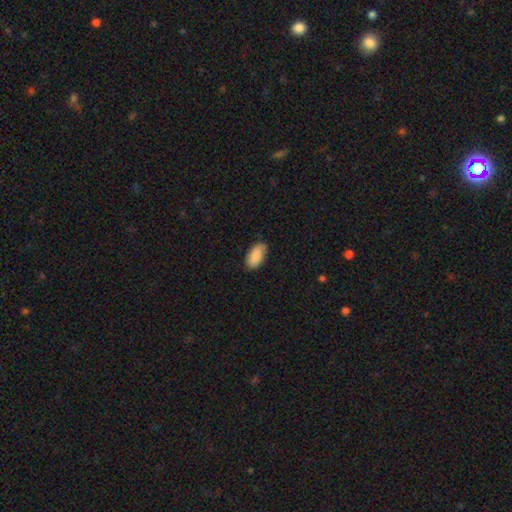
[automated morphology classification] smooth 88%, star or artifact 6%, featured or disk 6%. Down the decision tree: how rounded — in between (94%); merging — none (80%).